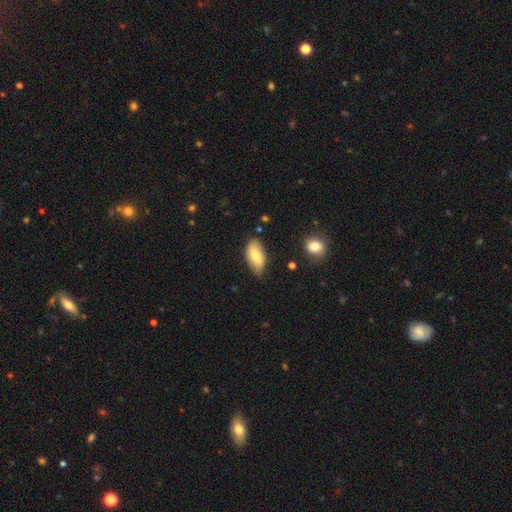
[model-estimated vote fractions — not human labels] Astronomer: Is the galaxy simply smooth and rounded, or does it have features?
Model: smooth — 74%.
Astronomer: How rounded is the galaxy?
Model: in between — 93%.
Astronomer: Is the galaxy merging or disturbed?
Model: none — 68%.